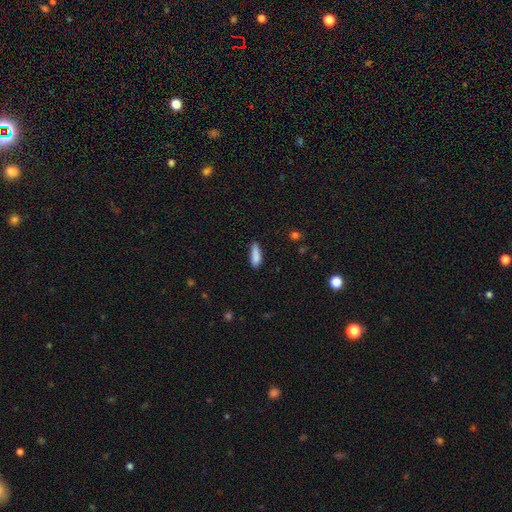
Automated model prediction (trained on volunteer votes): Smooth or featured? smooth (87%)
How rounded? in between (53%)
Merging? none (74%)